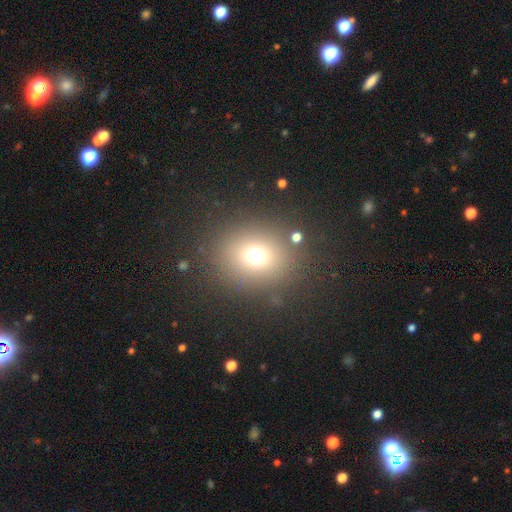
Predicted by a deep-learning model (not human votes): Overall: smooth (69%). How rounded: round (73%). Merging: none (81%).